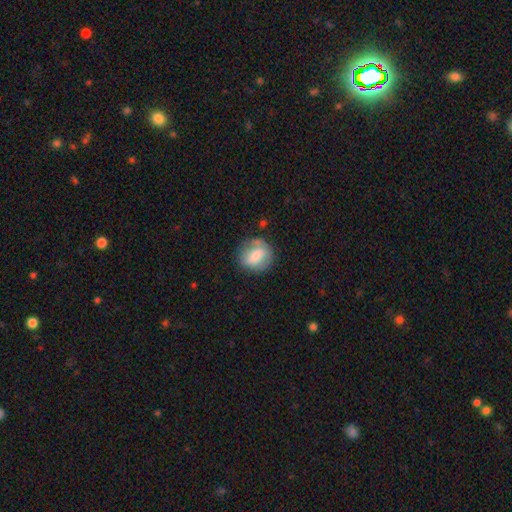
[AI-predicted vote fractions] Smooth or featured? smooth (71%)
How rounded? round (73%)
Merging? none (66%)